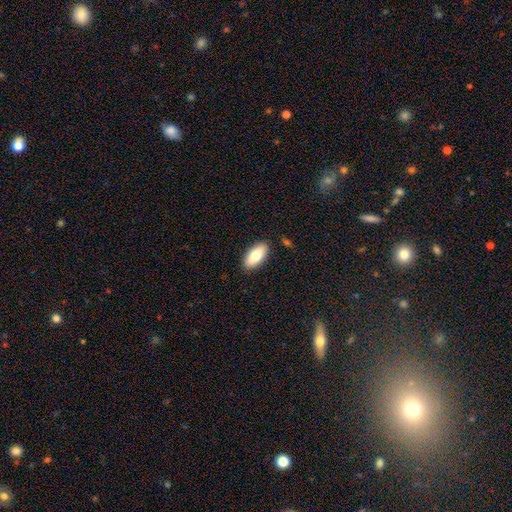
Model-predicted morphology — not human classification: Q: Smooth or featured?
A: smooth (78%); runner-up: featured or disk (15%)
Q: How rounded?
A: in between (90%); runner-up: cigar-shaped (8%)
Q: Merging?
A: none (88%); runner-up: minor disturbance (8%)